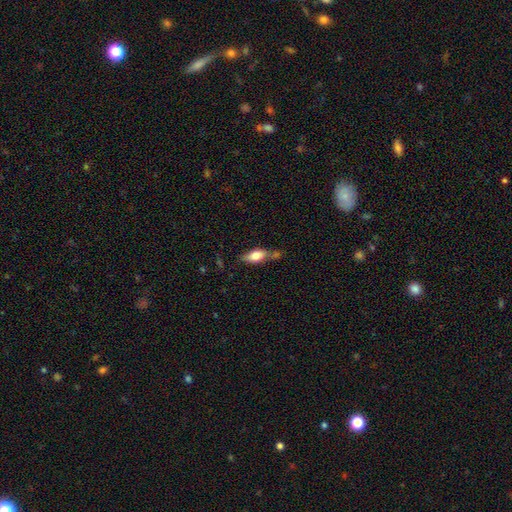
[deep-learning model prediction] smooth-or-featured: smooth: 67% | featured or disk: 26% | star or artifact: 7%
  how-rounded: in between: 77% | cigar-shaped: 19% | round: 4%
  merging: none: 52% | minor disturbance: 22% | merger: 19% | major disturbance: 7%